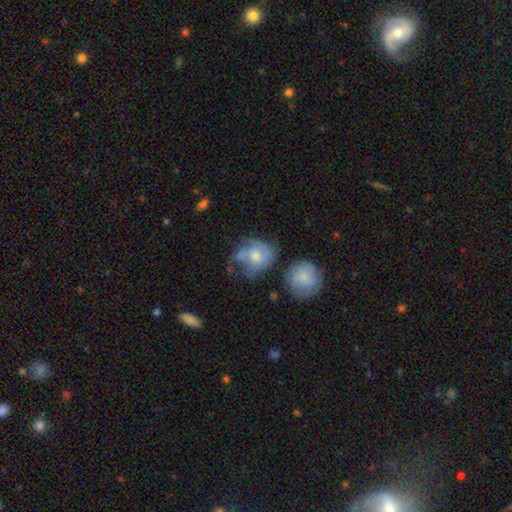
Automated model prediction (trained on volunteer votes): Smooth or featured? Predicted: smooth (p=0.48). Merging? Predicted: none (p=0.37).